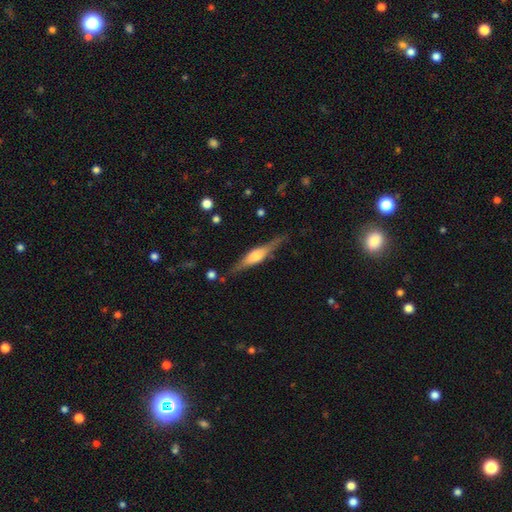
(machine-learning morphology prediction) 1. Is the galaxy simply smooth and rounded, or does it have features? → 69% featured or disk, 26% smooth, 6% star or artifact.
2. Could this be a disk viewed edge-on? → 96% yes, 4% no.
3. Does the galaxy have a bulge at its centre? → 81% rounded, 15% boxy, 4% none.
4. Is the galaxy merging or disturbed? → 81% none, 14% minor disturbance, 3% major disturbance, 2% merger.